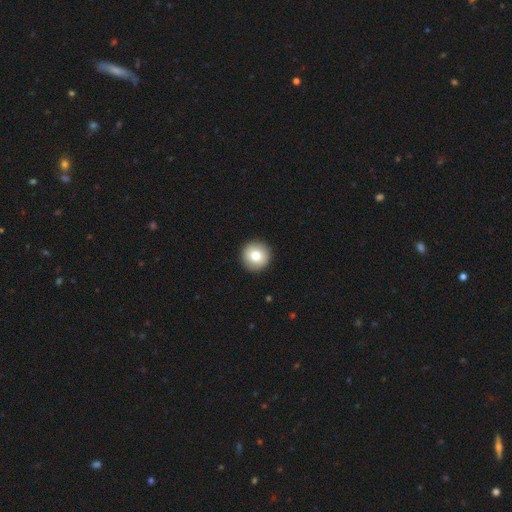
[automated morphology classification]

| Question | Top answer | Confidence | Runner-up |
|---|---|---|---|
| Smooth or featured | smooth | 78% | featured or disk (14%) |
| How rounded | round | 96% | in between (3%) |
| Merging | none | 93% | minor disturbance (4%) |